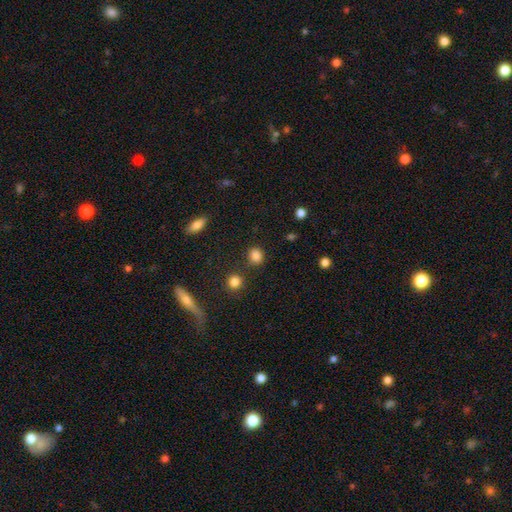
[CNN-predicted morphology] A smooth galaxy with no disk features (84%) that is round (74%). Merging: none (82%).